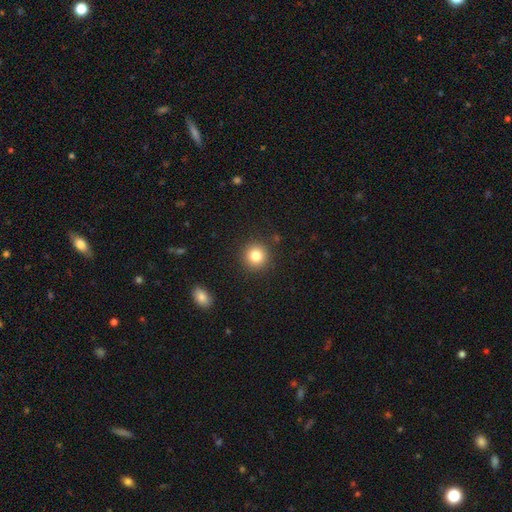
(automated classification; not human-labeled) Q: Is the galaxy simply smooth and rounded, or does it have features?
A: smooth — 82%.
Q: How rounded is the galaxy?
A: round — 94%.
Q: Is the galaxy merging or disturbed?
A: none — 90%.